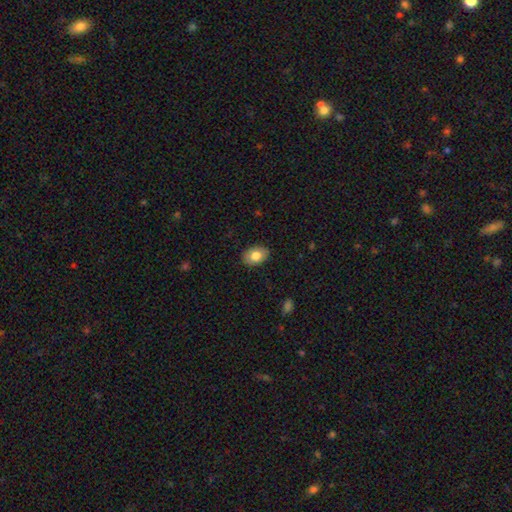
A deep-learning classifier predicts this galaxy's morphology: Q: Smooth or featured?
A: smooth (80%); runner-up: featured or disk (13%)
Q: How rounded?
A: in between (84%); runner-up: round (15%)
Q: Merging?
A: none (87%); runner-up: minor disturbance (10%)